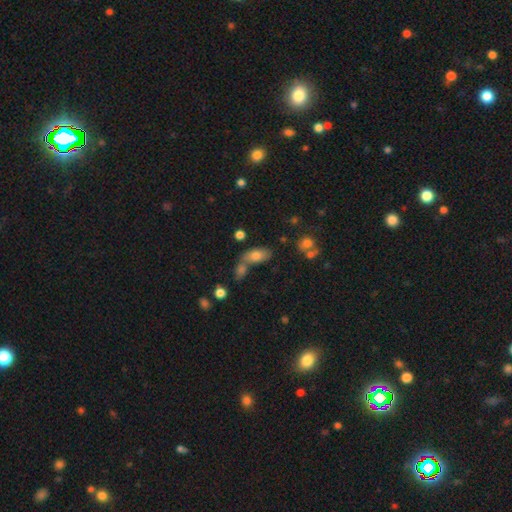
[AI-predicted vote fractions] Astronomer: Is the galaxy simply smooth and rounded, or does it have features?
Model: smooth — 75%.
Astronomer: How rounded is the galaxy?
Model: in between — 87%.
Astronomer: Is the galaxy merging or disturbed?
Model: none — 46% (runner-up: merger, 37%).